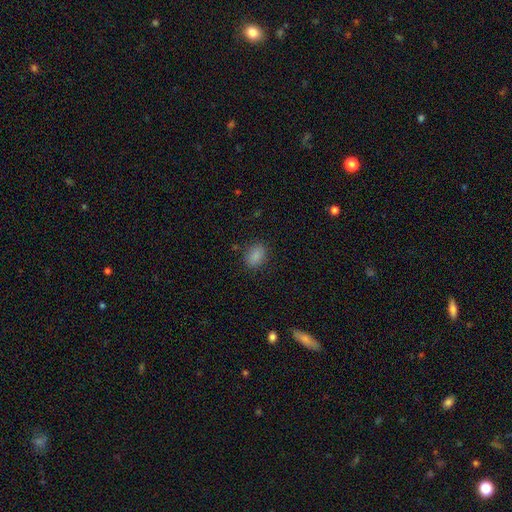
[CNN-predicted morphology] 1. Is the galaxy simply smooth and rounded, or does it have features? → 86% smooth, 10% star or artifact, 4% featured or disk.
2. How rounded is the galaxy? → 62% in between, 37% round, 1% cigar-shaped.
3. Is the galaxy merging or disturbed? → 84% none, 11% minor disturbance, 3% major disturbance, 1% merger.